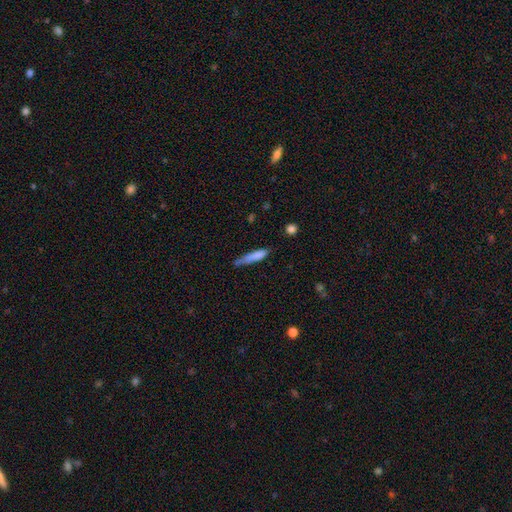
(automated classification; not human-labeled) This appears to be a smooth galaxy with no disk features (77%) that is cigar-shaped (84%). Merging: none (48%).